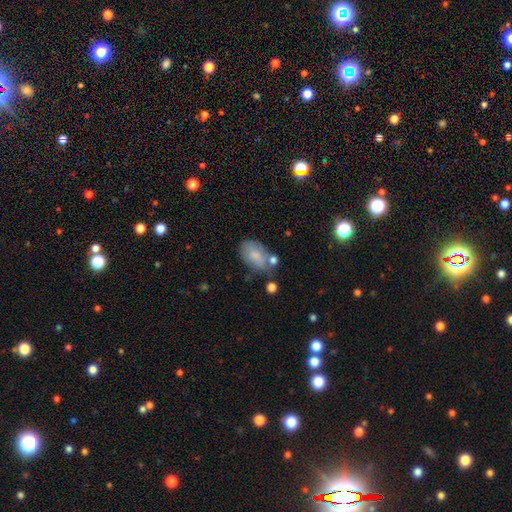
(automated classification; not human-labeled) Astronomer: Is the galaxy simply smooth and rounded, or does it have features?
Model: smooth — 75%.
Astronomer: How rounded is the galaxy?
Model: in between — 90%.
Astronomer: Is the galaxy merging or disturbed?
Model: none — 50% (runner-up: minor disturbance, 26%).